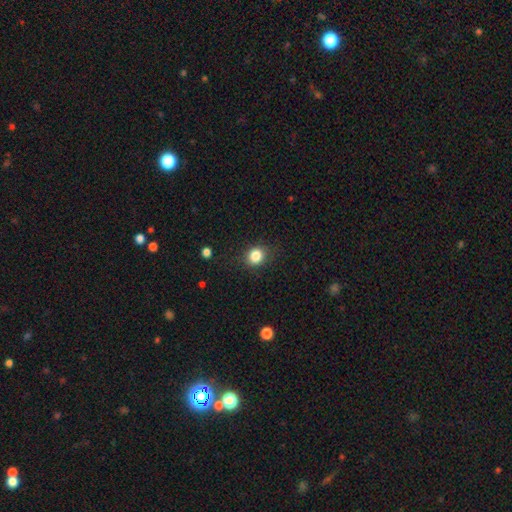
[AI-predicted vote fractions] A smooth galaxy with no disk features (84%) that is round (72%). Merging: none (84%).